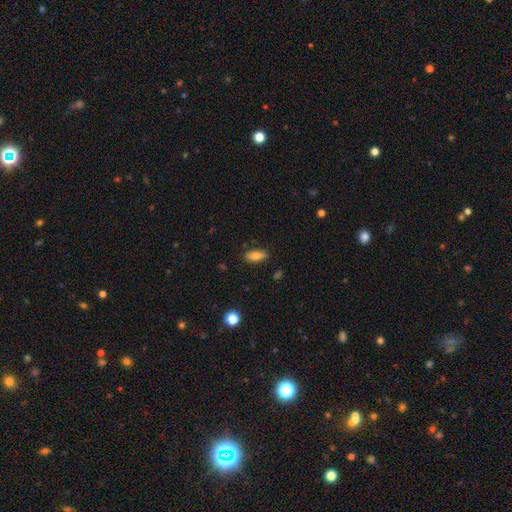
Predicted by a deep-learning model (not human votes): Smooth or featured? Predicted: smooth (p=0.77). How rounded? Predicted: in between (p=0.79). Merging? Predicted: none (p=0.86).